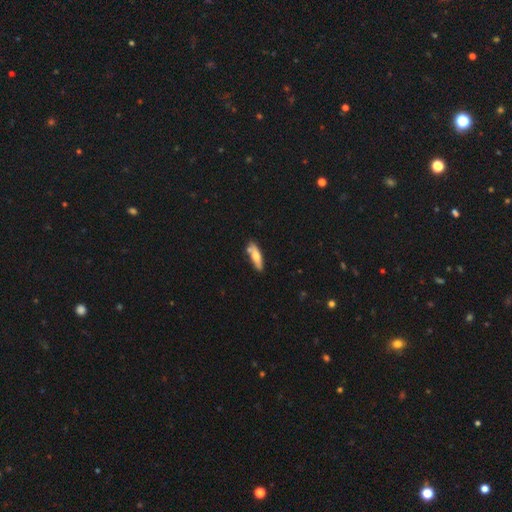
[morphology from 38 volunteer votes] Smooth or featured?
  - featured or disk: 55% *
  - smooth: 37%
  - star or artifact: 8%
Edge-on disk?
  - yes: 100% *
  - no: 0%
Edge-on bulge?
  - rounded: 90% *
  - none: 10%
  - boxy: 0%
Merging?
  - none: 69% *
  - merger: 17%
  - minor disturbance: 14%
  - major disturbance: 0%